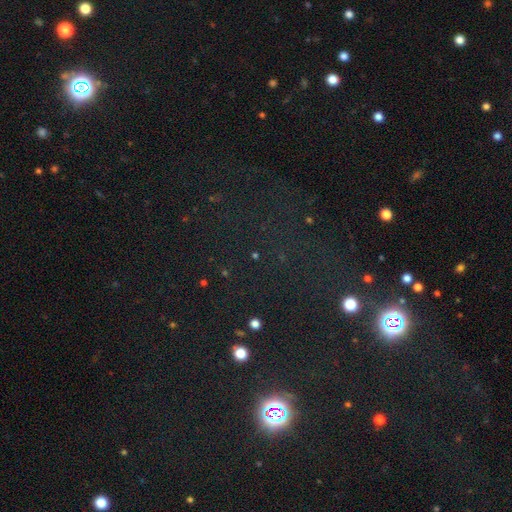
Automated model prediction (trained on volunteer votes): Smooth or featured: star or artifact — 70% (smooth — 22%)